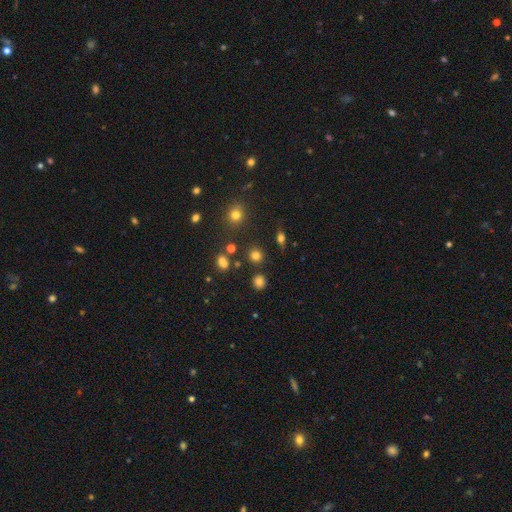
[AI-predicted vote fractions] Smooth or featured: smooth — 76% (star or artifact — 18%)
How rounded: round — 88% (in between — 11%)
Merging: none — 84% (minor disturbance — 8%)